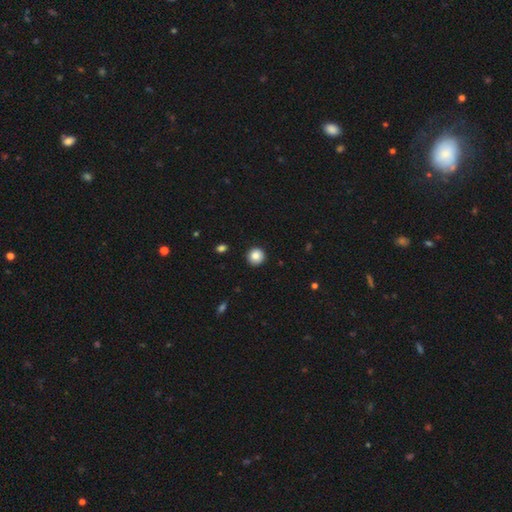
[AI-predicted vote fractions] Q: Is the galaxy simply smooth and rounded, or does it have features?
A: smooth — 85%.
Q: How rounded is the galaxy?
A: round — 95%.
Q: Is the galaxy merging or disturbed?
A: none — 92%.